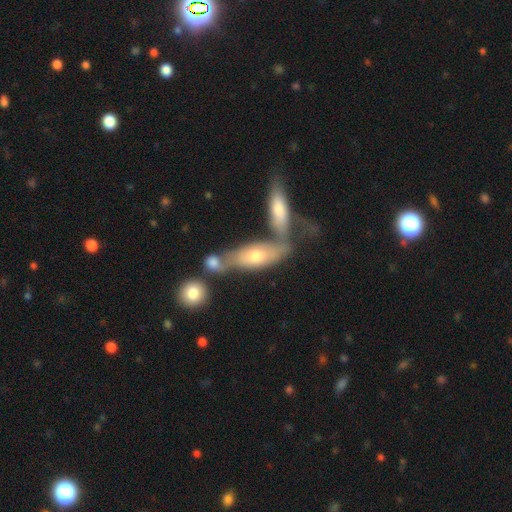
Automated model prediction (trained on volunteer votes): smooth 50%, featured or disk 43%, star or artifact 7%. Down the decision tree: how rounded — in between (63%); merging — merger (47%).